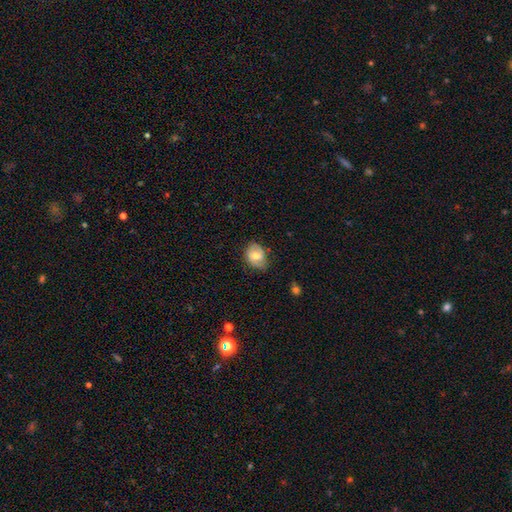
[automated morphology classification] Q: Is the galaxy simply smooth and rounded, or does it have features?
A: smooth — 53%.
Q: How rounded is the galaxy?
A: in between — 59%.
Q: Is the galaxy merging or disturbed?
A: none — 66%.